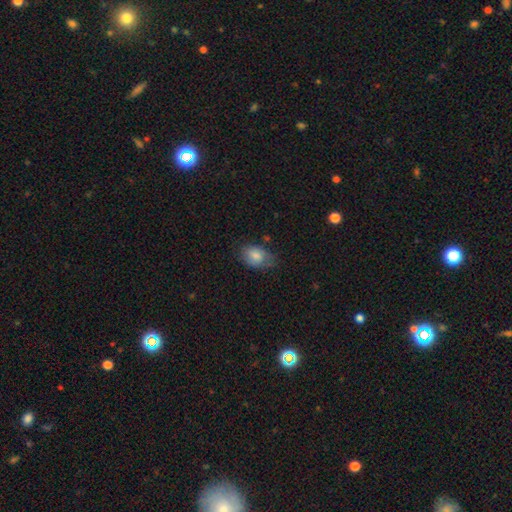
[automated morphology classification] A smooth galaxy with no disk features (79%) that is in between round and cigar-shaped (85%).

Vote fractions:
- Smooth or featured? smooth: 79% / featured or disk: 14% / star or artifact: 7%
- How rounded? in between: 85% / round: 14% / cigar-shaped: 1%
- Merging? none: 57% / minor disturbance: 31% / major disturbance: 10% / merger: 2%